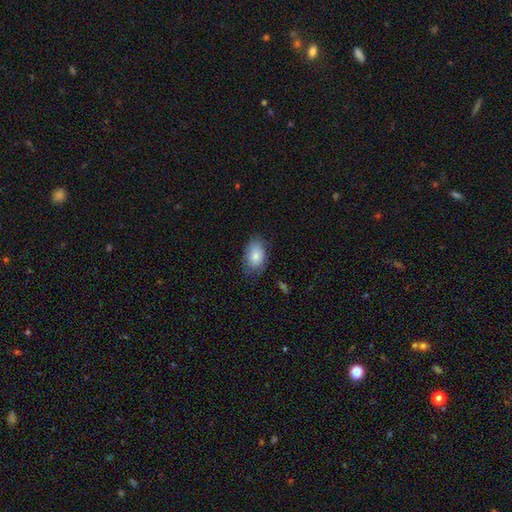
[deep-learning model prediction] Smooth or featured?
  - smooth: 80% *
  - featured or disk: 13%
  - star or artifact: 7%
How rounded?
  - in between: 85% *
  - round: 14%
  - cigar-shaped: 1%
Merging?
  - none: 70% *
  - minor disturbance: 22%
  - major disturbance: 6%
  - merger: 1%